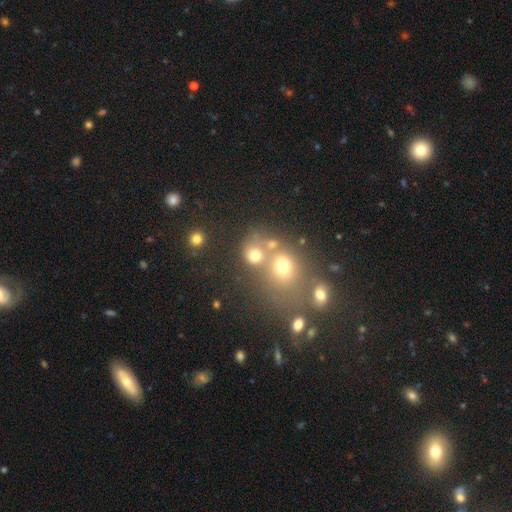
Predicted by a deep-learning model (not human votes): A smooth galaxy with no disk features (60%) that is round (70%).

Vote fractions:
- Smooth or featured? smooth: 60% / star or artifact: 25% / featured or disk: 15%
- How rounded? round: 70% / in between: 28% / cigar-shaped: 1%
- Merging? none: 47% / merger: 37% / minor disturbance: 10% / major disturbance: 6%